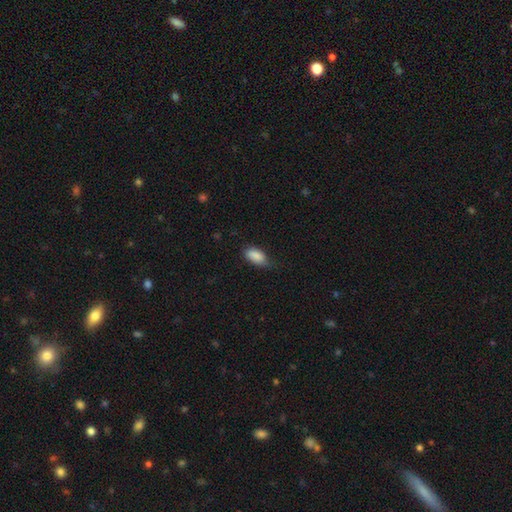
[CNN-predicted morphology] Smooth or featured: smooth — 87% (star or artifact — 7%)
How rounded: in between — 91% (cigar-shaped — 5%)
Merging: none — 55% (minor disturbance — 36%)